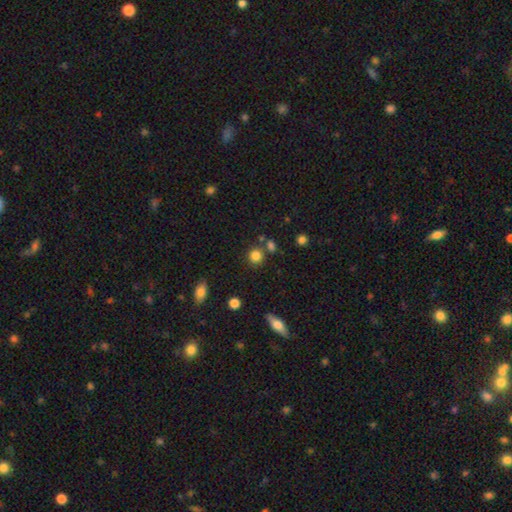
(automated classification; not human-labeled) Smooth or featured: smooth — 82% (star or artifact — 12%)
How rounded: round — 88% (in between — 11%)
Merging: none — 76% (merger — 12%)